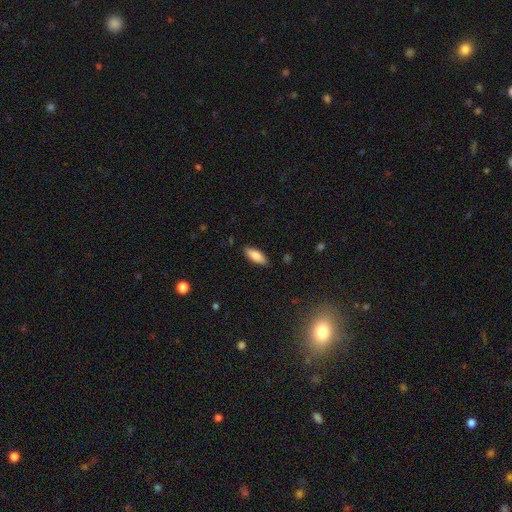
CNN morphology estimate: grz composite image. It shows a smooth galaxy with no disk features (82%) that is in between round and cigar-shaped (69%). Merging: none (87%).